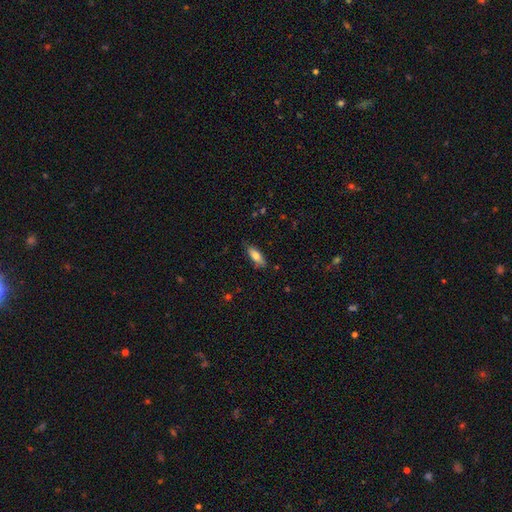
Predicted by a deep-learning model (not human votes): Overall: smooth (74%). How rounded: in between (63%; cigar-shaped 35%). Merging: none (81%).